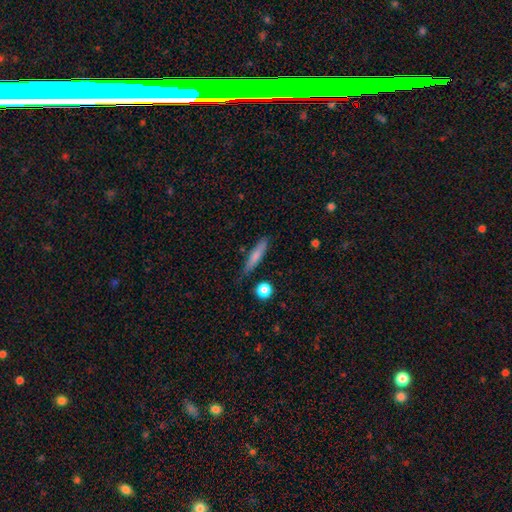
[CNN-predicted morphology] Q: Smooth or featured?
A: smooth (71%); runner-up: featured or disk (21%)
Q: How rounded?
A: cigar-shaped (87%); runner-up: in between (11%)
Q: Merging?
A: none (76%); runner-up: minor disturbance (18%)